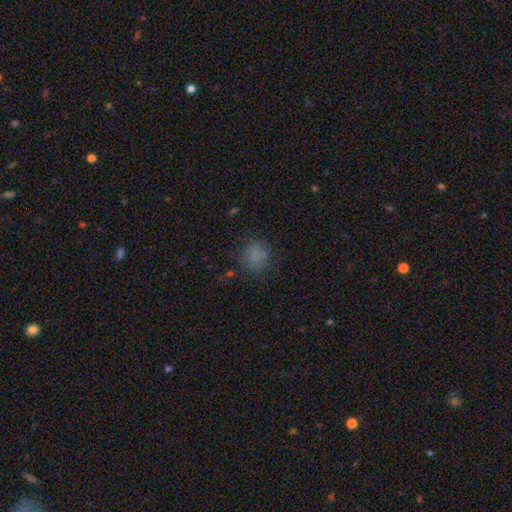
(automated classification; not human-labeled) Morphology: type=smooth (72%); roundness=round (77%); merging=none (68%).